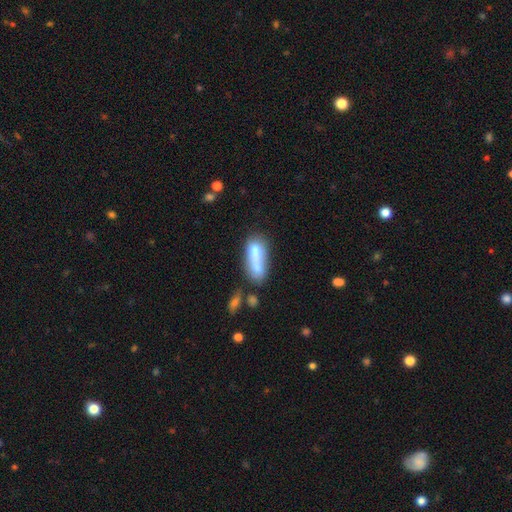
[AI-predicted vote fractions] This appears to be a smooth galaxy with no disk features (70%) that is in between round and cigar-shaped (66%). Merging: merger (48%).